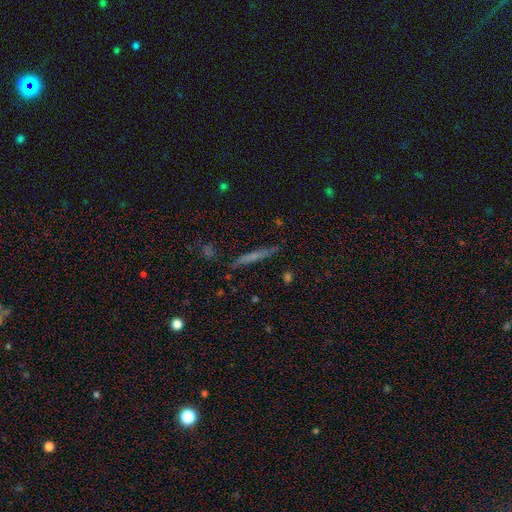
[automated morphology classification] Q: Smooth or featured?
A: featured or disk (46%); runner-up: smooth (44%)
Q: Merging?
A: none (85%); runner-up: minor disturbance (10%)